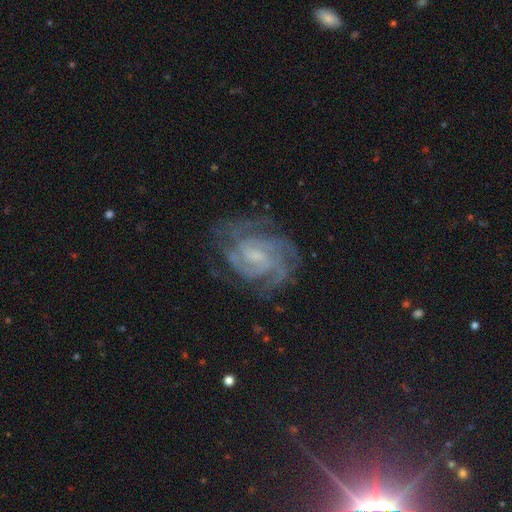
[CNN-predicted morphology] Smooth or featured? Predicted: featured or disk (p=0.85). Edge-on disk? Predicted: no (p=0.97). Bar? Predicted: weak (p=0.52). Spiral arms? Predicted: yes (p=0.97). Spiral winding? Predicted: tight (p=0.62). Spiral arm count? Predicted: 3 (p=0.27). Bulge size? Predicted: small (p=0.56). Merging? Predicted: none (p=0.74).